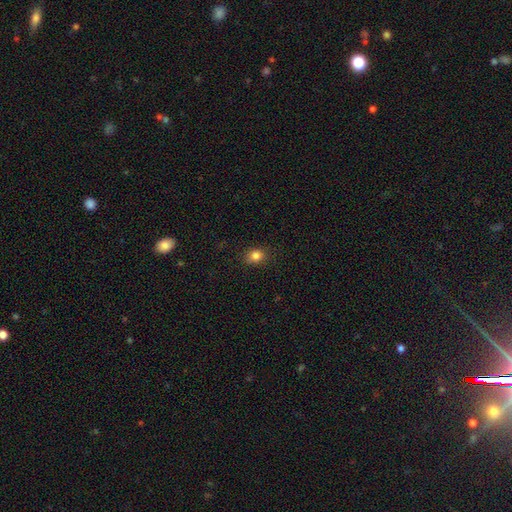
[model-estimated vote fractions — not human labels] This is clearly a smooth galaxy (83%). How rounded: possibly round (55%). Merging: clearly none (86%).